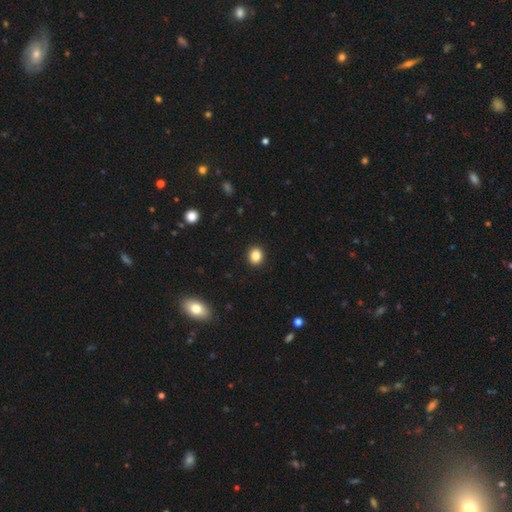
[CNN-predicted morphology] Smooth or featured? Predicted: smooth (p=0.85). How rounded? Predicted: round (p=0.67). Merging? Predicted: none (p=0.92).